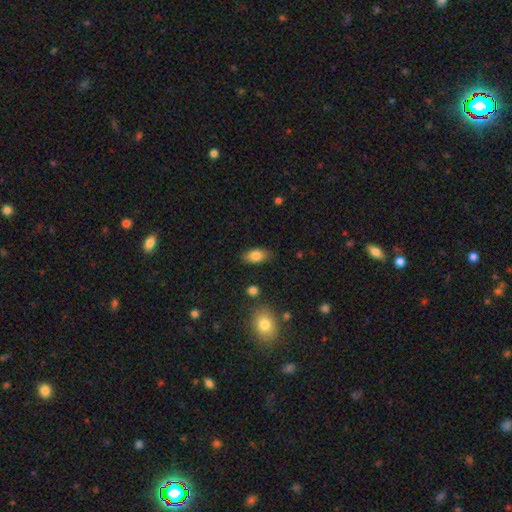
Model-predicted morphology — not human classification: smooth-or-featured: smooth: 82% | featured or disk: 10% | star or artifact: 8%
  how-rounded: in between: 89% | round: 6% | cigar-shaped: 5%
  merging: none: 82% | minor disturbance: 13% | major disturbance: 3% | merger: 2%